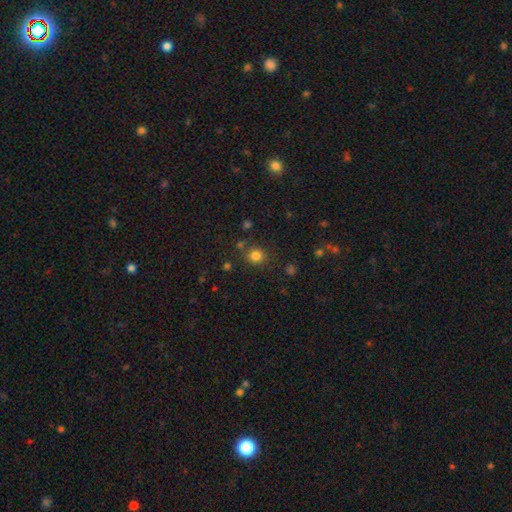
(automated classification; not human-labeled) This appears to be a smooth galaxy with no disk features (80%) that is round (87%). Merging: none (80%).